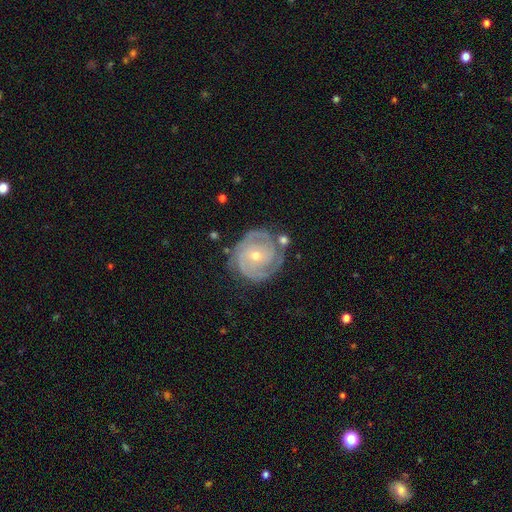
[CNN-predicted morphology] This appears to be a featured or disk galaxy (86%) with no bar (71%), 2 (46%) tight (76%) spiral arms (96%) and a small central bulge (56%). Merging: none (73%).